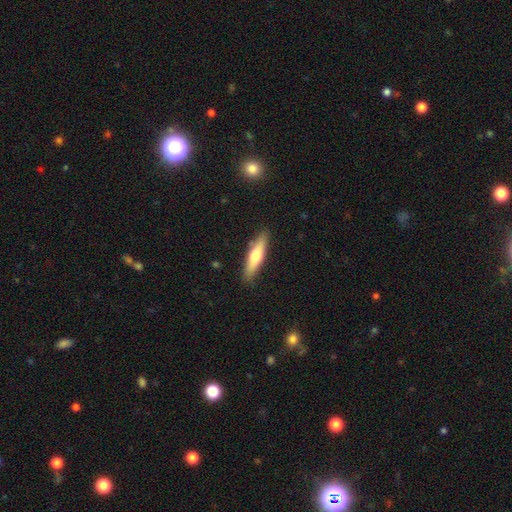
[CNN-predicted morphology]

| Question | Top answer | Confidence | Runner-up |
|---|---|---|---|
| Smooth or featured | smooth | 56% | featured or disk (38%) |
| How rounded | cigar-shaped | 75% | in between (23%) |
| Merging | none | 86% | minor disturbance (10%) |